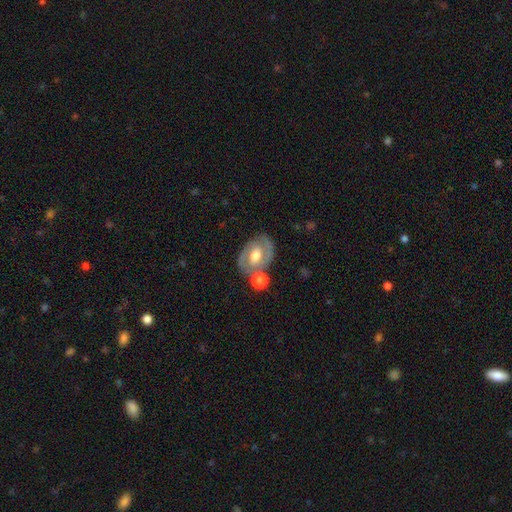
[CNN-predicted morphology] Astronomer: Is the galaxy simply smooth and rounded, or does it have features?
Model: featured or disk — 66%.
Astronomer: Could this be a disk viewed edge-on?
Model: no — 95%.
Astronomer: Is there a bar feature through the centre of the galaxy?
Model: no — 46% (runner-up: weak, 38%).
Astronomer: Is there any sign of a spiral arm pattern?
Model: yes — 67%.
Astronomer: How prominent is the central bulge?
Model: moderate — 65%.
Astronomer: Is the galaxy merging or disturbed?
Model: none — 64%.